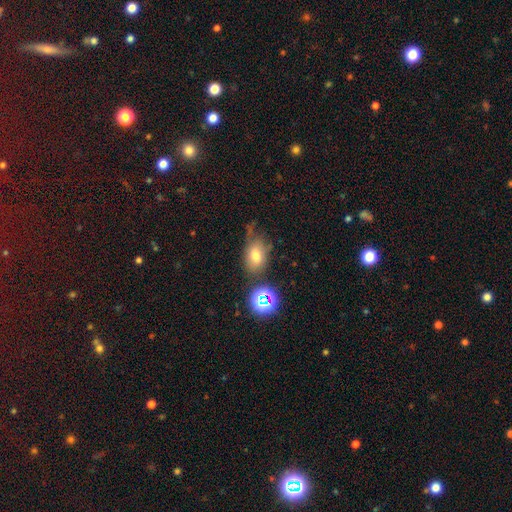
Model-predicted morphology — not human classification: A smooth galaxy with no disk features (68%) that is in between round and cigar-shaped (74%).

Vote fractions:
- Smooth or featured? smooth: 68% / star or artifact: 17% / featured or disk: 15%
- How rounded? in between: 74% / round: 24% / cigar-shaped: 2%
- Merging? none: 56% / minor disturbance: 25% / major disturbance: 11% / merger: 9%